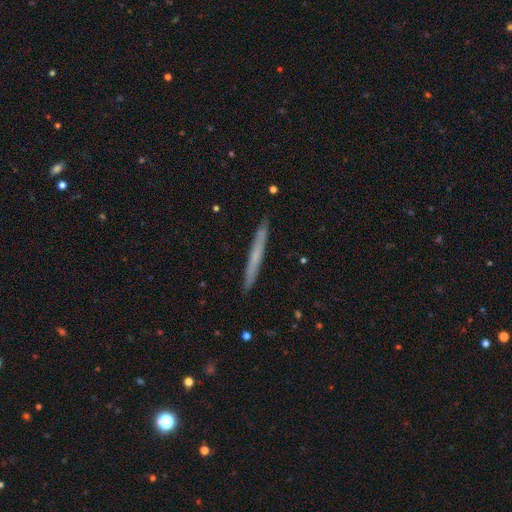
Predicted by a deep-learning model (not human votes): smooth_or_featured: smooth (p=0.53) [alt: featured or disk p=0.41]
how_rounded: cigar-shaped (p=0.97) [alt: in between p=0.02]
merging: none (p=0.92) [alt: minor disturbance p=0.06]